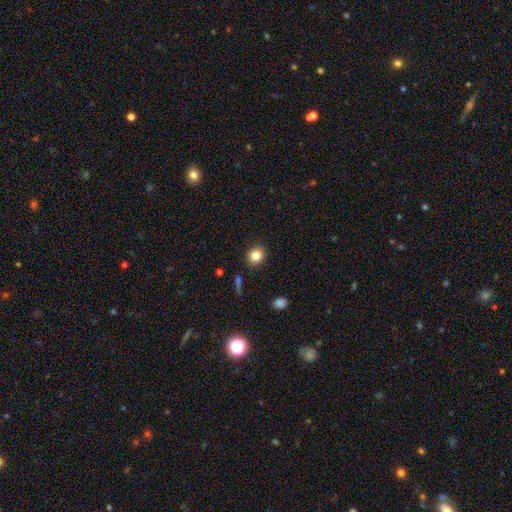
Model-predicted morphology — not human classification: A smooth galaxy with no disk features (82%) that is round (78%). Merging: none (88%).